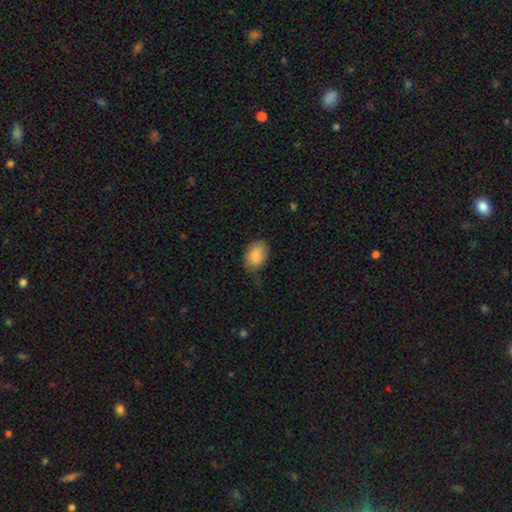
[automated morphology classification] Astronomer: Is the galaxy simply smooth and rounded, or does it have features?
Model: smooth — 86%.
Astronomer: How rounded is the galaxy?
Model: in between — 80%.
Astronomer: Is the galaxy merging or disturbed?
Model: none — 59%.